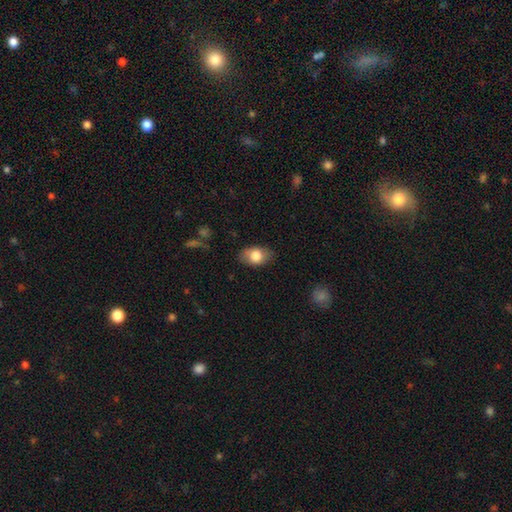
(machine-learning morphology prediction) type=smooth (78%); roundness=in between (87%); merging=none (81%).